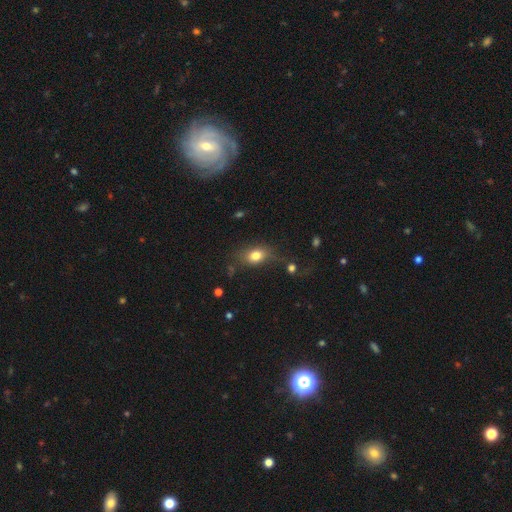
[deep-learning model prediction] smooth_or_featured: smooth (p=0.78) [alt: star or artifact p=0.11]
how_rounded: in between (p=0.72) [alt: round p=0.25]
merging: none (p=0.64) [alt: minor disturbance p=0.21]